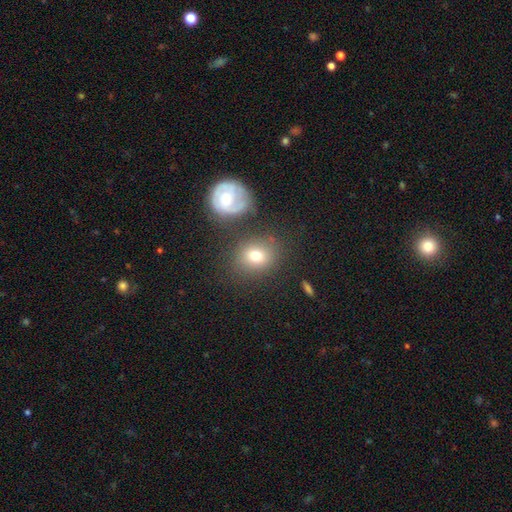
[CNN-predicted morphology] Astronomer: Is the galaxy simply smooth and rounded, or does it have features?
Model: smooth — 72%.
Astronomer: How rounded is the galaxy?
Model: round — 65%.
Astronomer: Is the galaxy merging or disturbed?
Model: none — 71%.